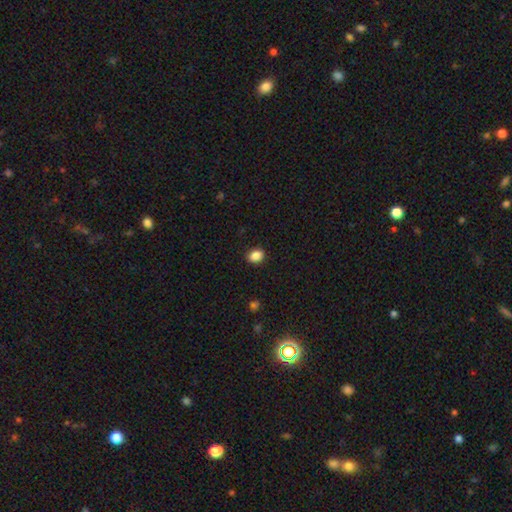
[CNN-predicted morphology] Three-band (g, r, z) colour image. It shows a smooth galaxy with no disk features (88%) that is in between round and cigar-shaped (58%). Merging: none (89%).